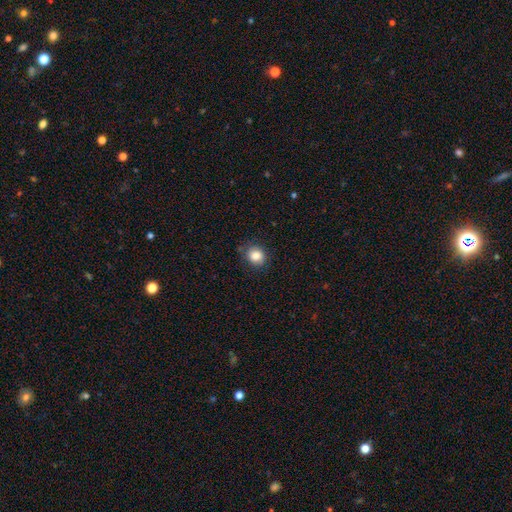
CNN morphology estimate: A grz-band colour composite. It shows a smooth galaxy with no disk features (85%) that is round (71%). Merging: none (84%).